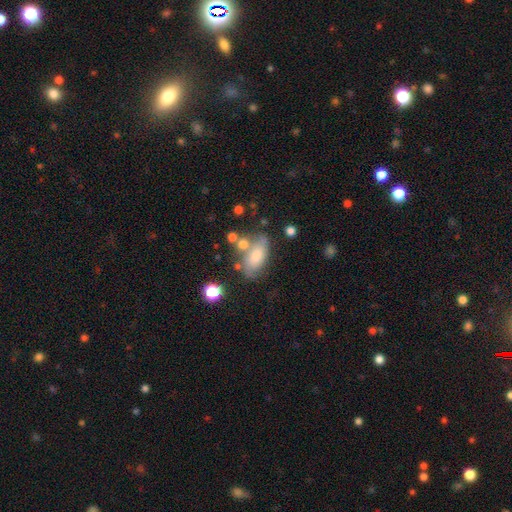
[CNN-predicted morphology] A smooth galaxy with no disk features (66%) that is in between round and cigar-shaped (86%). Merging: none (50%).